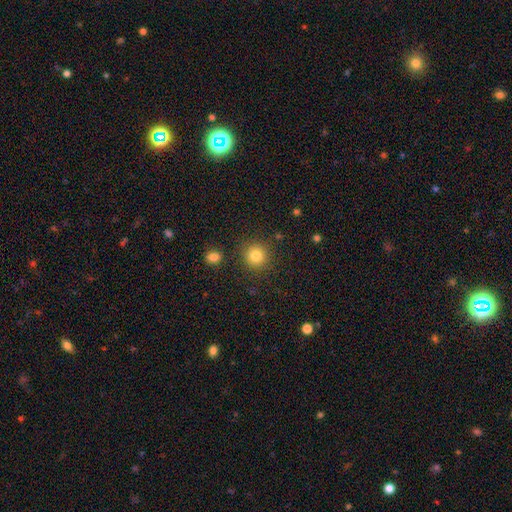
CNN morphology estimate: smooth-or-featured: smooth: 83% | star or artifact: 11% | featured or disk: 5%
  how-rounded: round: 94% | in between: 5% | cigar-shaped: 1%
  merging: none: 89% | minor disturbance: 6% | merger: 3% | major disturbance: 3%